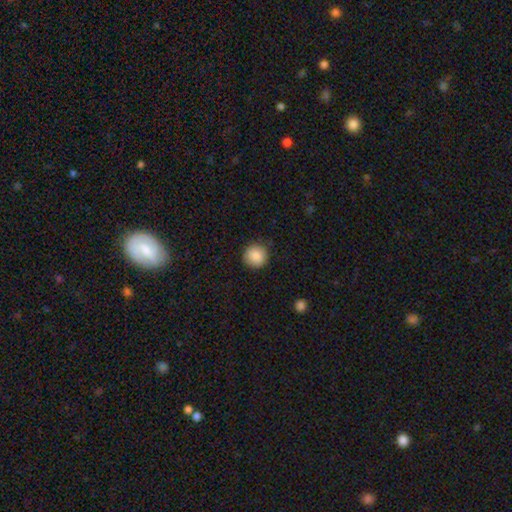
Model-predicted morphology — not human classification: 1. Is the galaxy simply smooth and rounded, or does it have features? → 88% smooth, 8% star or artifact, 4% featured or disk.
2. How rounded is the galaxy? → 94% round, 5% in between, 1% cigar-shaped.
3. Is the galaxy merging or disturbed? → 89% none, 8% minor disturbance, 2% major disturbance, 1% merger.